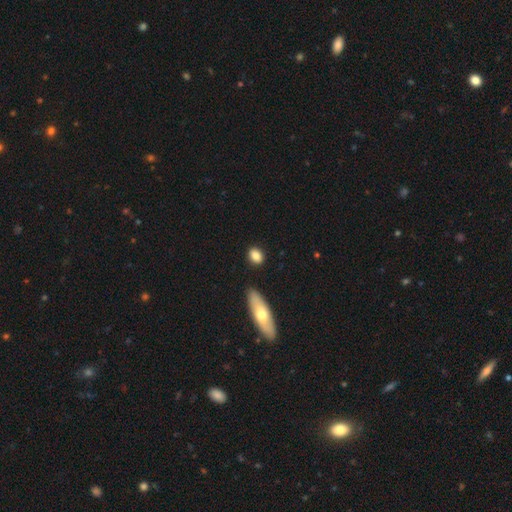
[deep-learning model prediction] Smooth or featured?
  - smooth: 85% *
  - featured or disk: 8%
  - star or artifact: 8%
How rounded?
  - in between: 57% *
  - round: 39%
  - cigar-shaped: 4%
Merging?
  - none: 84% *
  - minor disturbance: 10%
  - merger: 3%
  - major disturbance: 3%